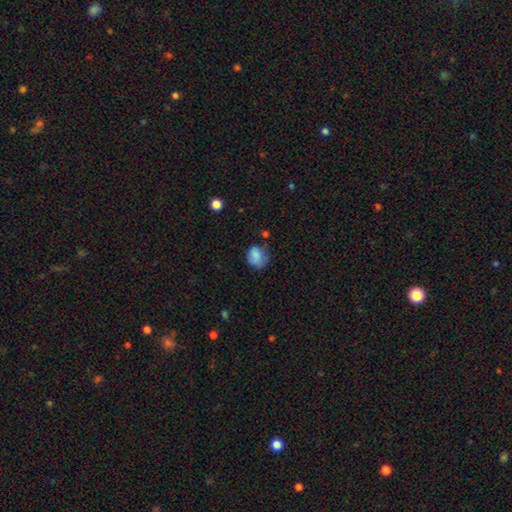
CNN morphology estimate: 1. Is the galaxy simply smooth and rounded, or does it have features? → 81% smooth, 10% featured or disk, 9% star or artifact.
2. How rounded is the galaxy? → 66% round, 34% in between, 1% cigar-shaped.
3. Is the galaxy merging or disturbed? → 52% none, 32% minor disturbance, 13% major disturbance, 3% merger.